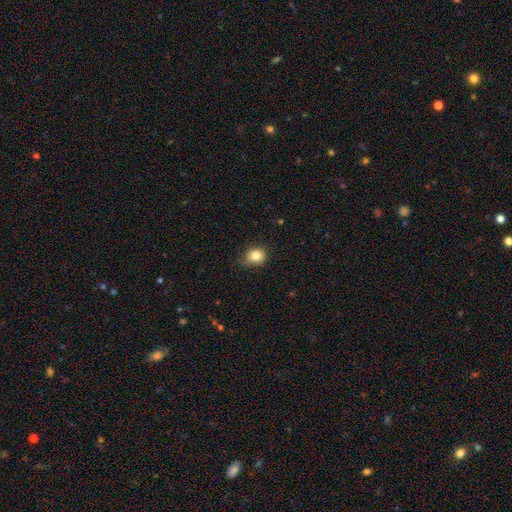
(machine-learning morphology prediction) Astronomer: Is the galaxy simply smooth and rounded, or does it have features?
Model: smooth — 83%.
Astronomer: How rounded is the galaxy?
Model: round — 65%.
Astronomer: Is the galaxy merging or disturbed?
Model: none — 64%.